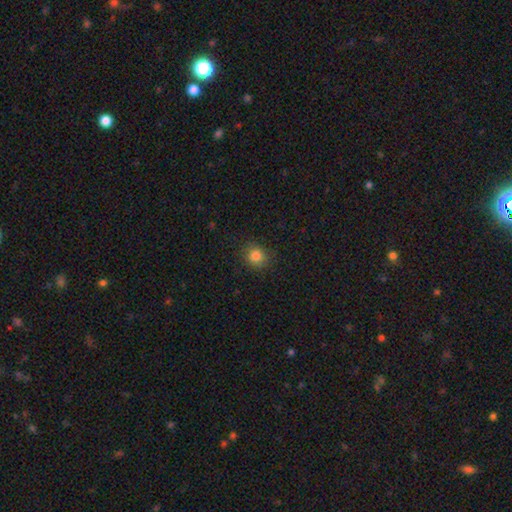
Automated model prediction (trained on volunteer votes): A smooth galaxy with no disk features (83%) that is round (84%).

Vote fractions:
- Smooth or featured? smooth: 83% / star or artifact: 12% / featured or disk: 6%
- How rounded? round: 84% / in between: 15% / cigar-shaped: 1%
- Merging? none: 86% / minor disturbance: 10% / major disturbance: 3% / merger: 1%